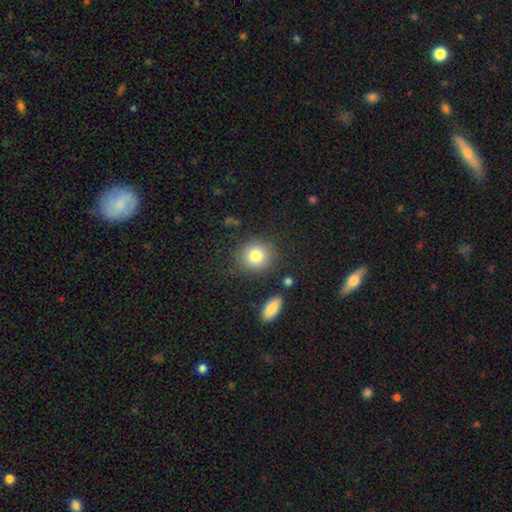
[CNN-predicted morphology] This appears to be a smooth galaxy with no disk features (82%) that is round (83%). Merging: none (81%).